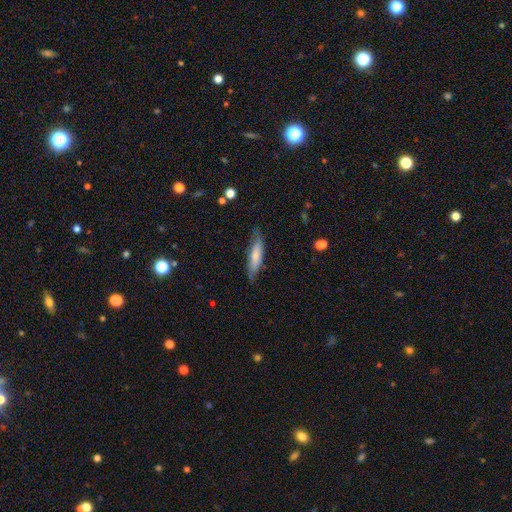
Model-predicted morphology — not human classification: type=smooth (68%); roundness=cigar-shaped (73%); merging=none (75%).